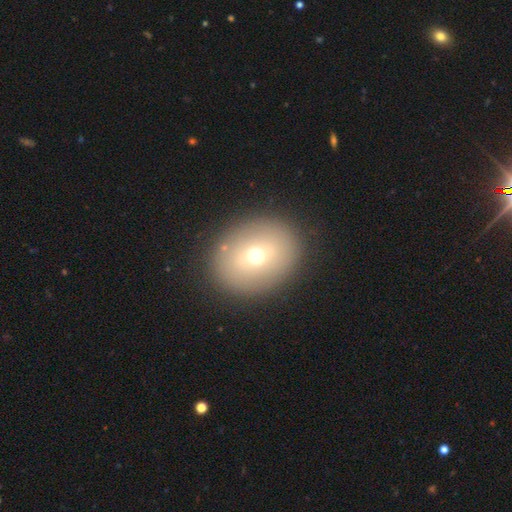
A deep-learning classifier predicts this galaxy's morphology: type=smooth (64%); roundness=in between (50%); merging=none (88%).